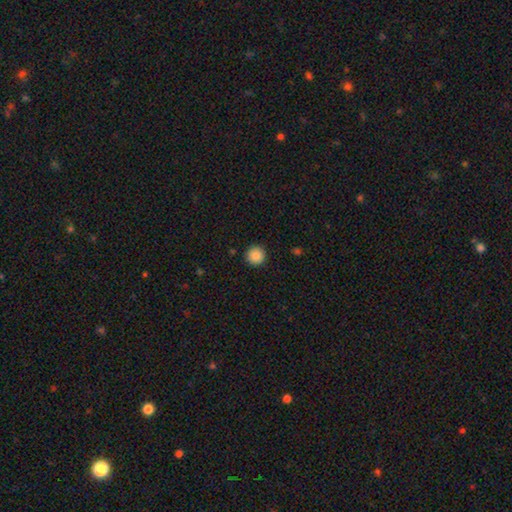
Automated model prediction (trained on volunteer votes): Smooth or featured?
  - smooth: 88% *
  - star or artifact: 9%
  - featured or disk: 3%
How rounded?
  - round: 96% *
  - in between: 3%
  - cigar-shaped: 1%
Merging?
  - none: 92% *
  - minor disturbance: 5%
  - major disturbance: 2%
  - merger: 1%